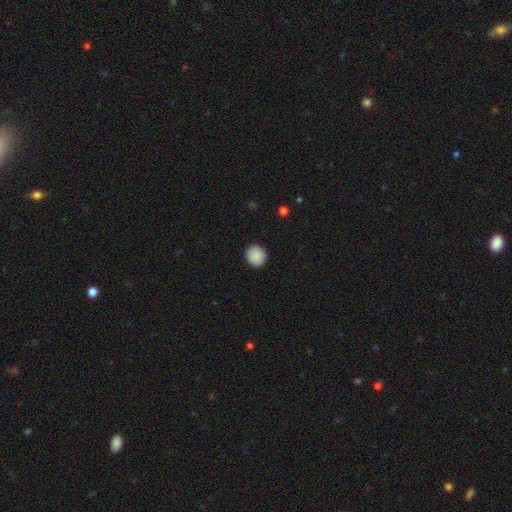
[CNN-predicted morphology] Smooth or featured? Predicted: smooth (p=0.90). How rounded? Predicted: round (p=0.91). Merging? Predicted: none (p=0.91).